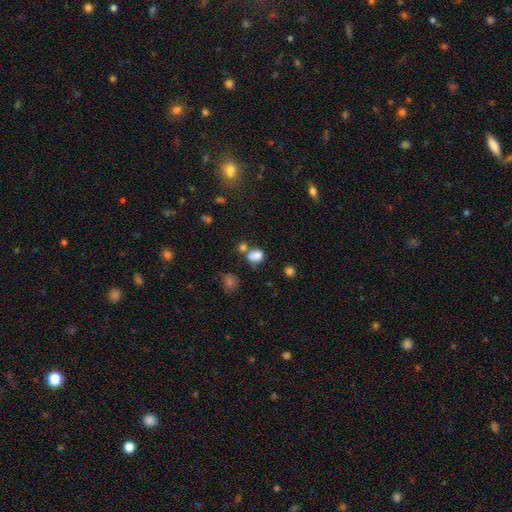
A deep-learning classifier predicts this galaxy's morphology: A smooth galaxy with no disk features (81%) that is in between round and cigar-shaped (61%). Merging: none (47%).